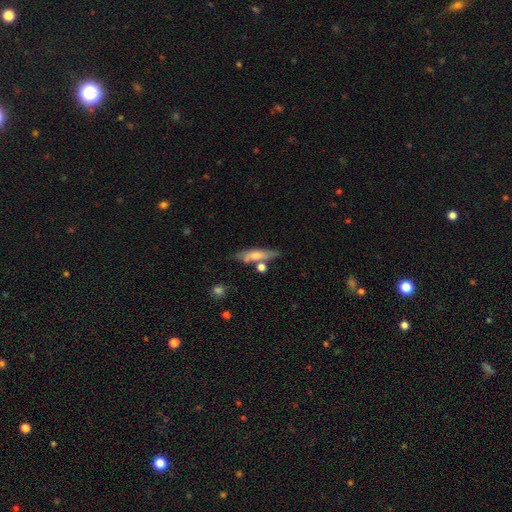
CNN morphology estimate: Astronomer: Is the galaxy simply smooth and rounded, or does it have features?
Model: smooth — 58% (runner-up: featured or disk, 35%).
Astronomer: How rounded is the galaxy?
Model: cigar-shaped — 63%.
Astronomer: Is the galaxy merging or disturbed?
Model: none — 62%.